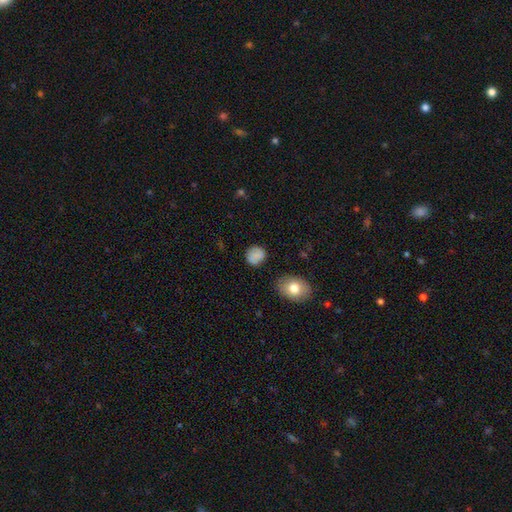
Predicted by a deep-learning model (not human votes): This is clearly a smooth galaxy (82%). How rounded: likely round (77%). Merging: likely none (79%).